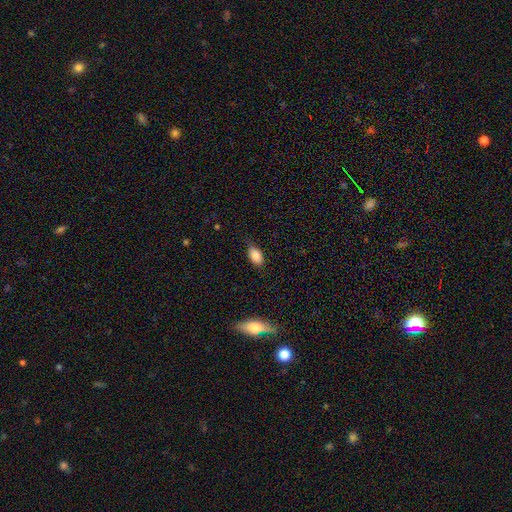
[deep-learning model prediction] Smooth or featured? smooth (85%)
How rounded? in between (91%)
Merging? none (75%)